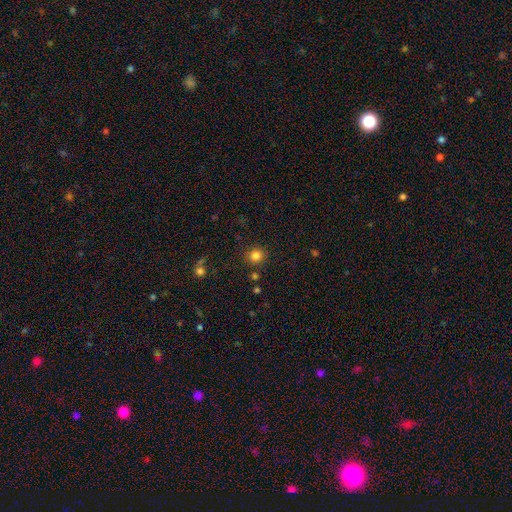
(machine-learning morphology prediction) A smooth galaxy with no disk features (83%) that is round (89%).

Vote fractions:
- Smooth or featured? smooth: 83% / star or artifact: 13% / featured or disk: 5%
- How rounded? round: 89% / in between: 10% / cigar-shaped: 1%
- Merging? none: 87% / minor disturbance: 7% / merger: 3% / major disturbance: 3%